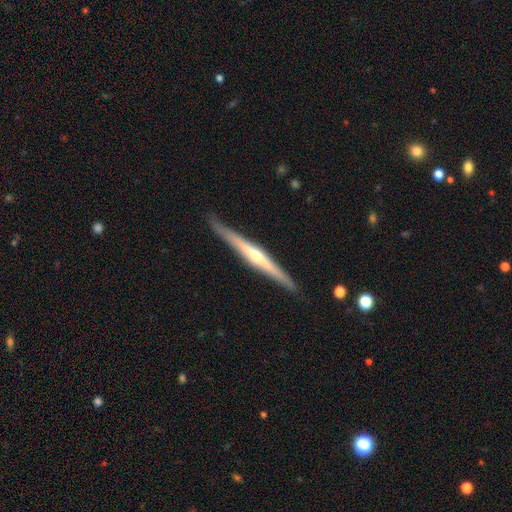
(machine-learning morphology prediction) smooth_or_featured: featured or disk (p=0.76) [alt: smooth p=0.19]
disk_edge_on: yes (p=0.98) [alt: no p=0.02]
edge_on_bulge: rounded (p=0.80) [alt: none p=0.15]
merging: none (p=0.89) [alt: minor disturbance p=0.08]